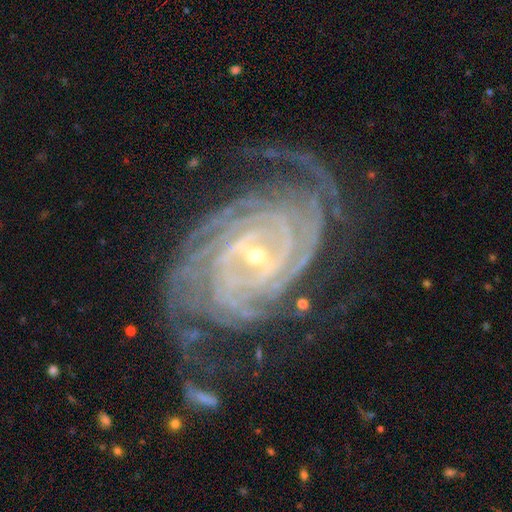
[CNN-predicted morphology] This appears to be a featured or disk galaxy (93%) with a weak bar (41%), 4 (26%) tight (81%) spiral arms (99%) and a small central bulge (74%). Merging: none (68%).